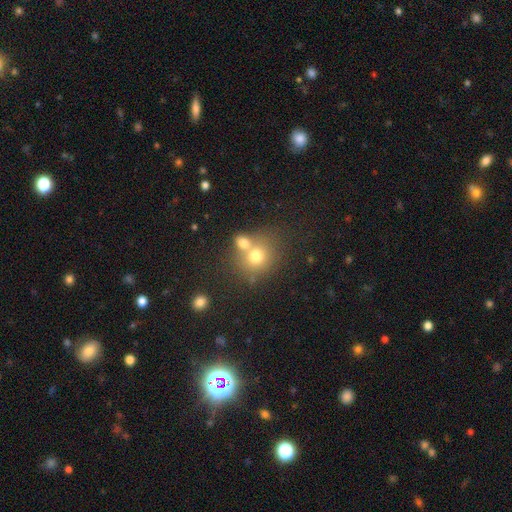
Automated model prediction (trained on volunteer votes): This is likely a smooth galaxy (71%). How rounded: likely round (75%). Merging: marginally merger (44%, tied with none).